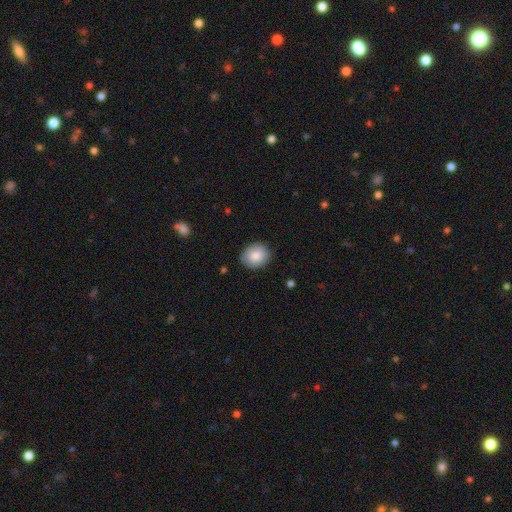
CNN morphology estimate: smooth 84%, featured or disk 9%, star or artifact 7%. Down the decision tree: how rounded — round (67%); merging — none (87%).